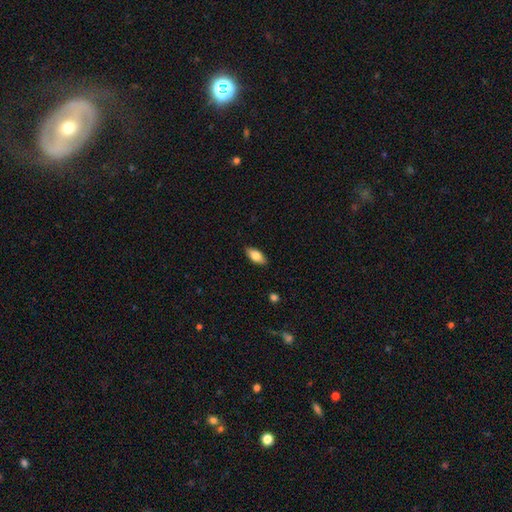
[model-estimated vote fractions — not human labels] A smooth galaxy with no disk features (80%) that is in between round and cigar-shaped (88%).

Vote fractions:
- Smooth or featured? smooth: 80% / featured or disk: 13% / star or artifact: 7%
- How rounded? in between: 88% / cigar-shaped: 10% / round: 2%
- Merging? none: 88% / minor disturbance: 9% / major disturbance: 2% / merger: 1%